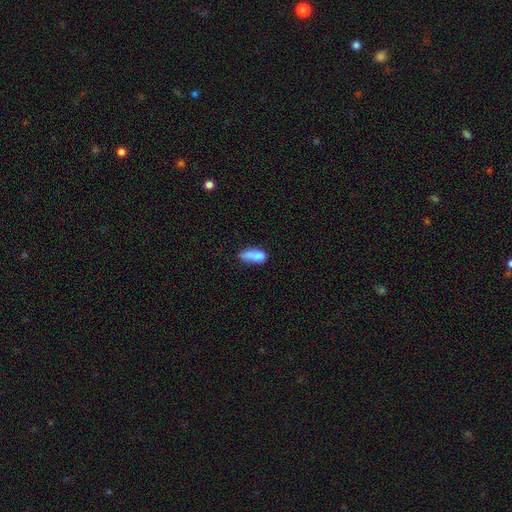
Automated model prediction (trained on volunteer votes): smooth 78%, featured or disk 13%, star or artifact 9%. Down the decision tree: how rounded — in between (75%); merging — none (38%).